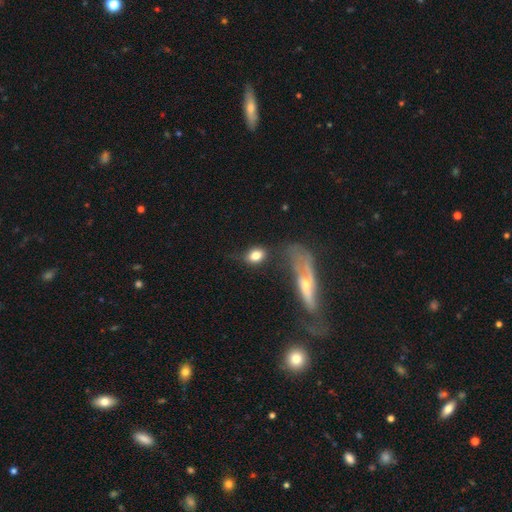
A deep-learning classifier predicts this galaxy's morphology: Smooth or featured: smooth — 77% (featured or disk — 16%)
How rounded: in between — 74% (round — 23%)
Merging: none — 57% (minor disturbance — 19%)